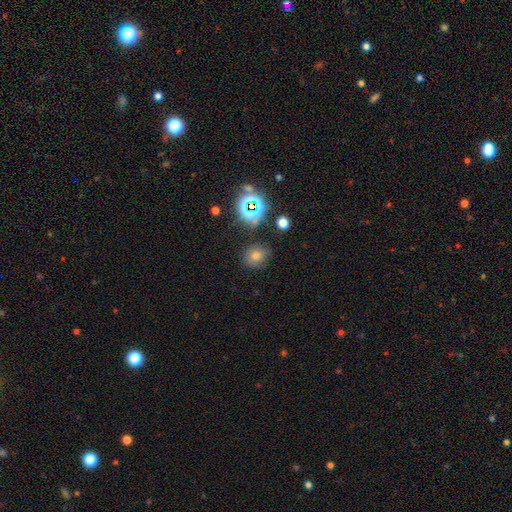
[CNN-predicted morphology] smooth_or_featured: smooth (p=0.60) [alt: star or artifact p=0.30]
how_rounded: round (p=0.68) [alt: in between p=0.31]
merging: none (p=0.80) [alt: minor disturbance p=0.13]